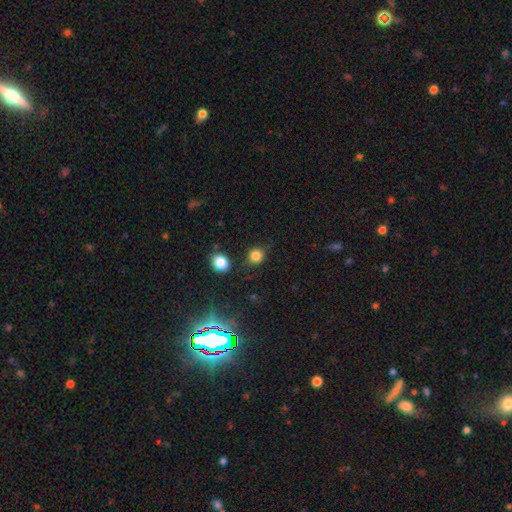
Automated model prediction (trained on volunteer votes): Morphology: type=smooth (81%); roundness=round (88%); merging=none (77%).